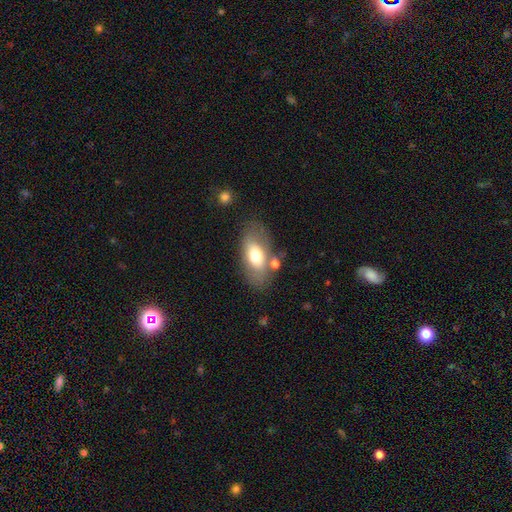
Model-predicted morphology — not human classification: This appears to be a smooth galaxy with no disk features (64%) that is in between round and cigar-shaped (89%). Merging: none (69%).